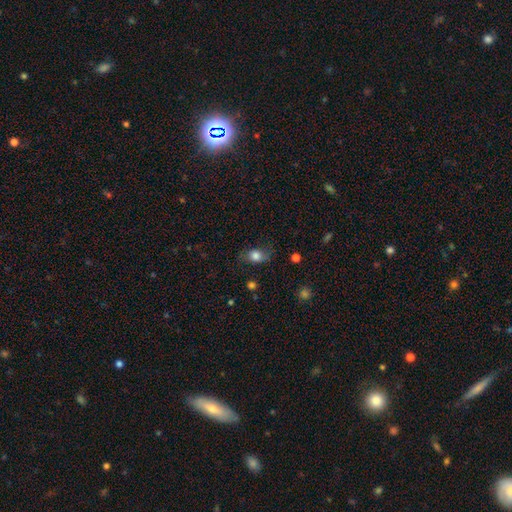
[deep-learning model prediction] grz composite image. It shows a smooth galaxy with no disk features (75%) that is in between round and cigar-shaped (67%). Merging: none (66%).